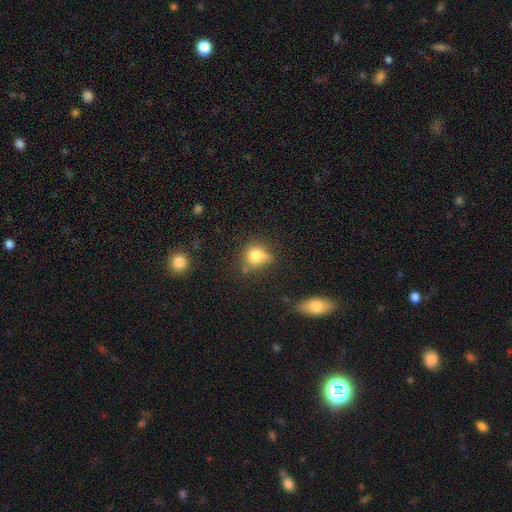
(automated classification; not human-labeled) The model was most divided on "merging": none: 47%, minor disturbance: 29%, major disturbance: 13%, merger: 11%. More confident: smooth or featured — smooth (77%); how rounded — round (67%).